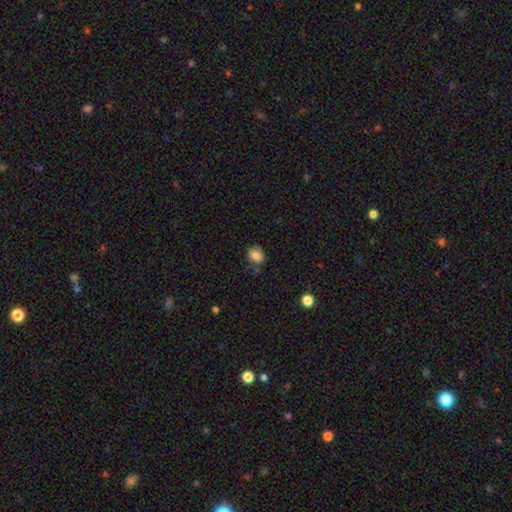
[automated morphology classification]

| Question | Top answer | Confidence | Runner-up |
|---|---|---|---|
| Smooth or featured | smooth | 83% | star or artifact (10%) |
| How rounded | round | 52% | in between (47%) |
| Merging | none | 65% | minor disturbance (26%) |